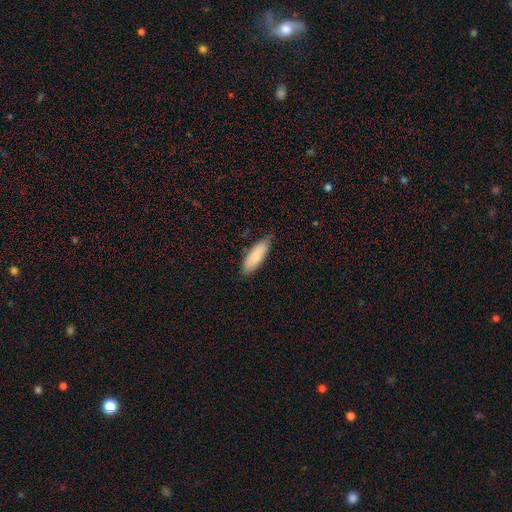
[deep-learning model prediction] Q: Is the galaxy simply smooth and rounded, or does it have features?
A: smooth — 85%.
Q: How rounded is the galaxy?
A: in between — 55%.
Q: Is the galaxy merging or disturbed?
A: none — 80%.